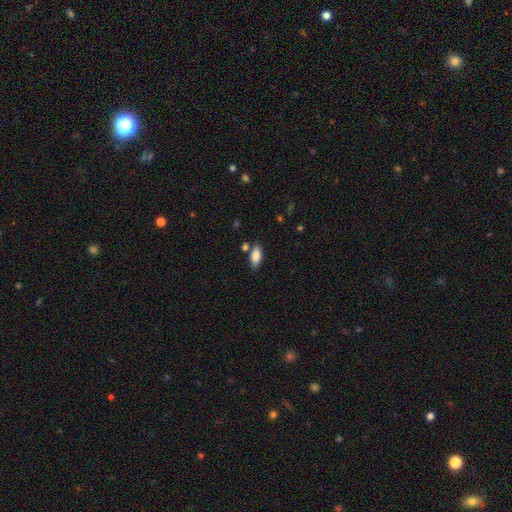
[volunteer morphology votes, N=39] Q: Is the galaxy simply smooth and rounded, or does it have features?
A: smooth — 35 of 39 (90%).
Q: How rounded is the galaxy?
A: in between — 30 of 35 (86%).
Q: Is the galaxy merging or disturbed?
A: none — 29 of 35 (83%).